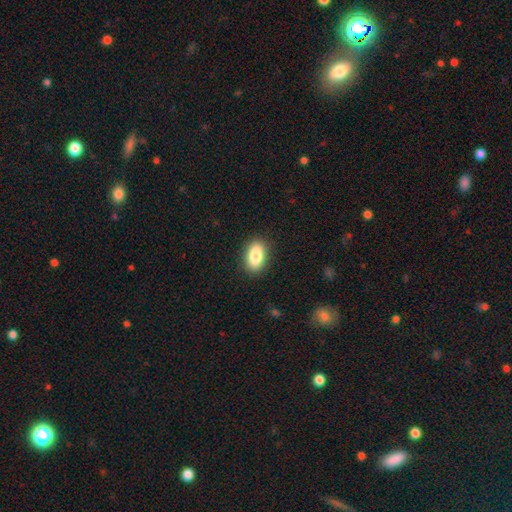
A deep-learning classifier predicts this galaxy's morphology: A smooth galaxy with no disk features (84%) that is in between round and cigar-shaped (89%). Merging: none (88%).